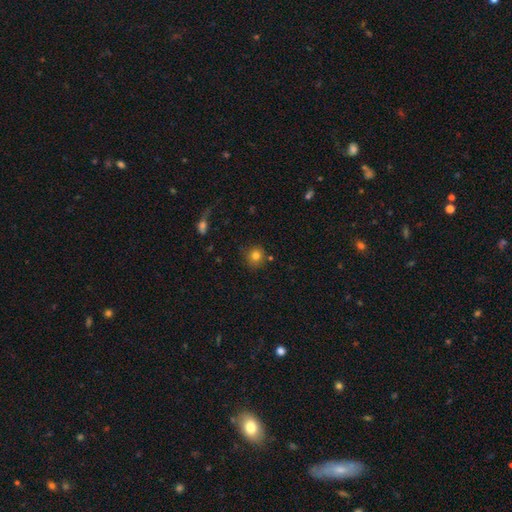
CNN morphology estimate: A smooth galaxy with no disk features (80%) that is round (90%). Merging: none (78%).